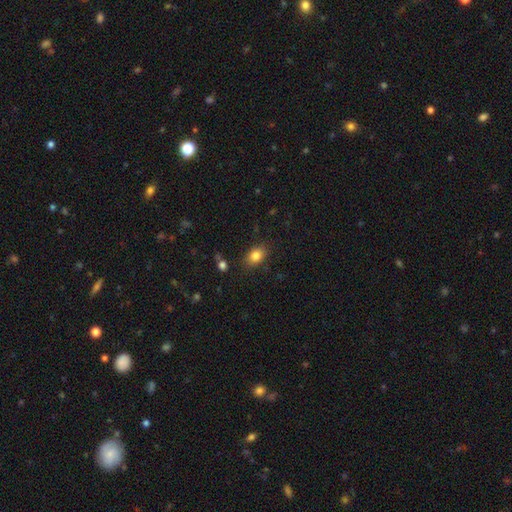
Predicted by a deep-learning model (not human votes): This appears to be a smooth galaxy with no disk features (83%) that is in between round and cigar-shaped (77%). Merging: none (83%).